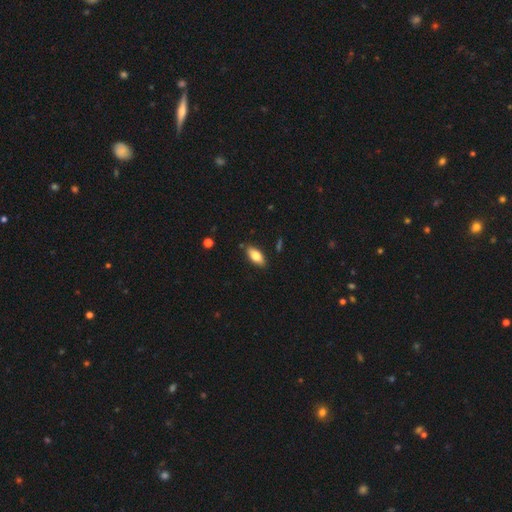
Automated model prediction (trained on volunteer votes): Smooth or featured? smooth (76%)
How rounded? in between (85%)
Merging? none (85%)